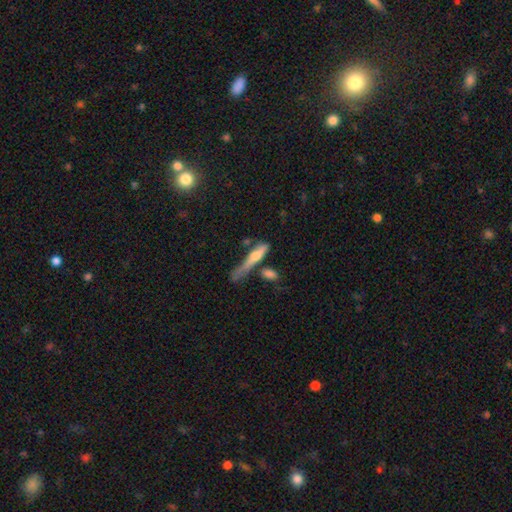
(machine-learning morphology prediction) smooth-or-featured: smooth: 54% | featured or disk: 38% | star or artifact: 8%
  how-rounded: cigar-shaped: 80% | in between: 17% | round: 3%
  merging: none: 31% | major disturbance: 25% | minor disturbance: 23% | merger: 20%